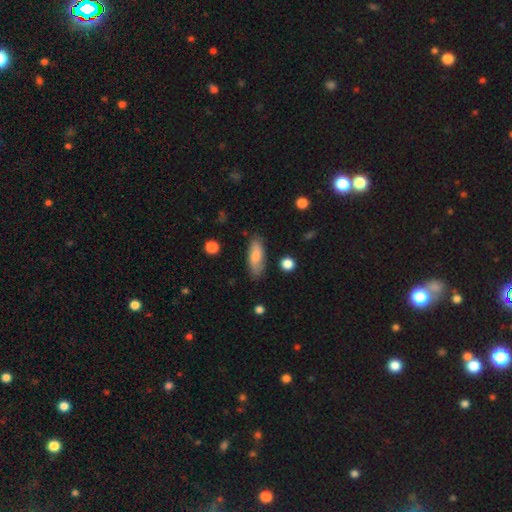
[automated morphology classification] smooth_or_featured: smooth (p=0.77) [alt: featured or disk p=0.17]
how_rounded: in between (p=0.68) [alt: cigar-shaped p=0.30]
merging: none (p=0.79) [alt: minor disturbance p=0.16]